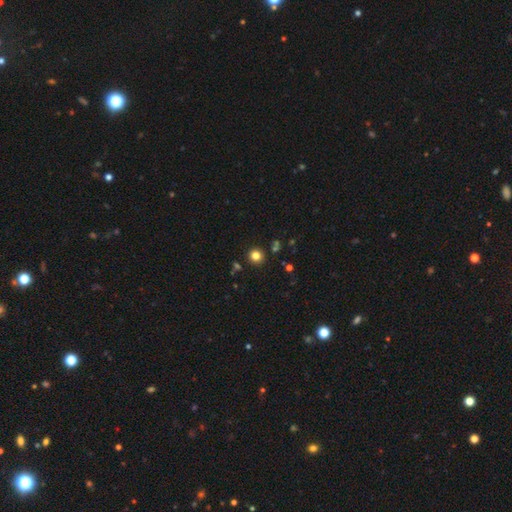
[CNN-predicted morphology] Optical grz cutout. It shows a smooth galaxy with no disk features (80%) that is round (93%). Merging: none (89%).